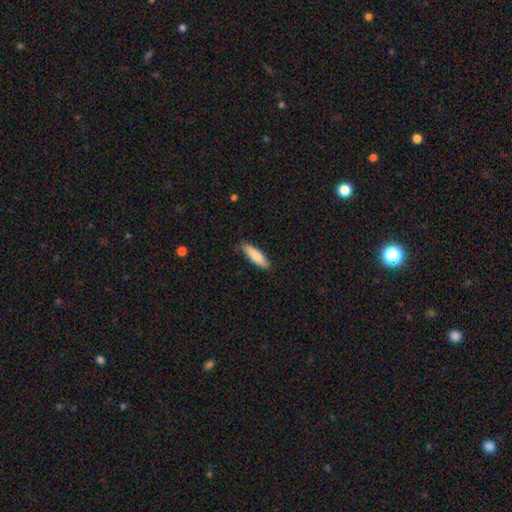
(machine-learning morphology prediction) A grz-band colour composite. It shows a smooth galaxy with no disk features (83%) that is cigar-shaped (63%). Merging: none (82%).